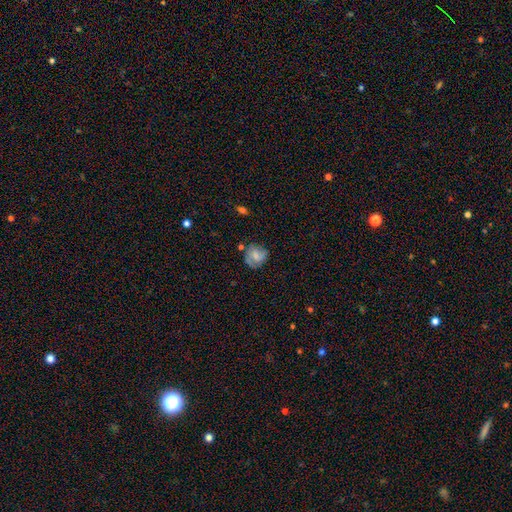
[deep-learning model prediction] Smooth or featured? smooth (54%)
How rounded? round (76%)
Merging? none (60%)